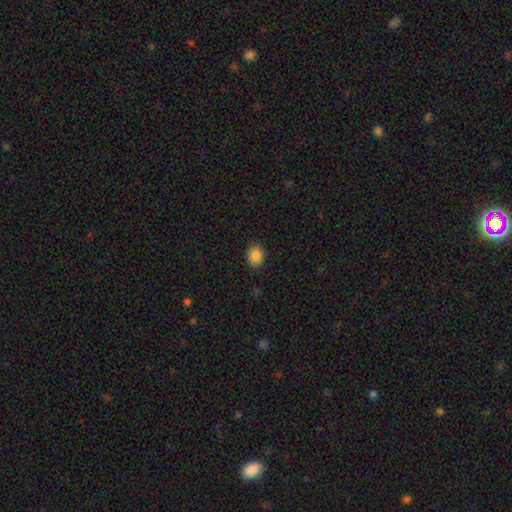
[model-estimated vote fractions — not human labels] Smooth or featured?
  - smooth: 87% *
  - star or artifact: 9%
  - featured or disk: 4%
How rounded?
  - in between: 53% *
  - round: 46%
  - cigar-shaped: 1%
Merging?
  - none: 89% *
  - minor disturbance: 8%
  - major disturbance: 2%
  - merger: 1%